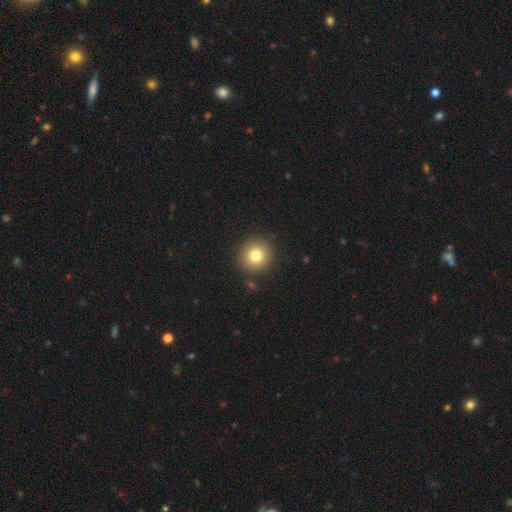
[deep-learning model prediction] Smooth or featured? Predicted: smooth (p=0.80). How rounded? Predicted: round (p=0.94). Merging? Predicted: none (p=0.89).